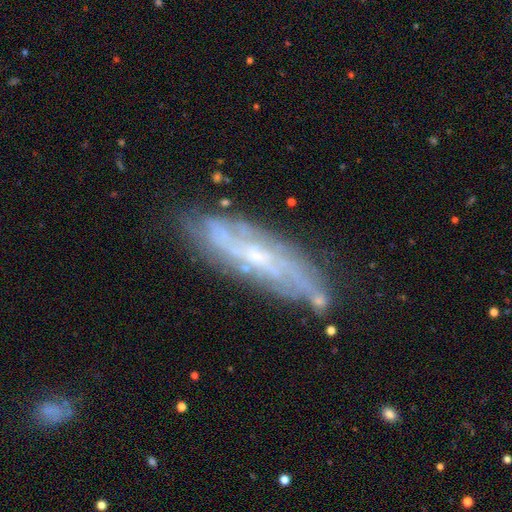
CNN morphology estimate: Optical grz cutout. It shows a featured or disk galaxy (74%) with no bar (55%), spiral arms (82%) and a small central bulge (65%). Merging: none (73%).